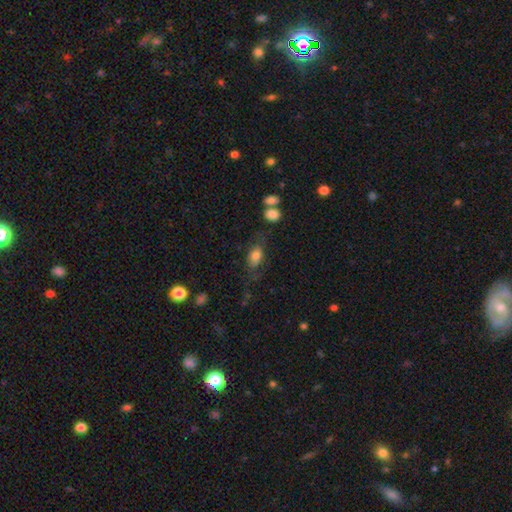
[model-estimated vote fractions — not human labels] A smooth galaxy with no disk features (75%) that is in between round and cigar-shaped (85%).

Vote fractions:
- Smooth or featured? smooth: 75% / featured or disk: 17% / star or artifact: 8%
- How rounded? in between: 85% / round: 11% / cigar-shaped: 3%
- Merging? none: 54% / minor disturbance: 24% / major disturbance: 17% / merger: 5%